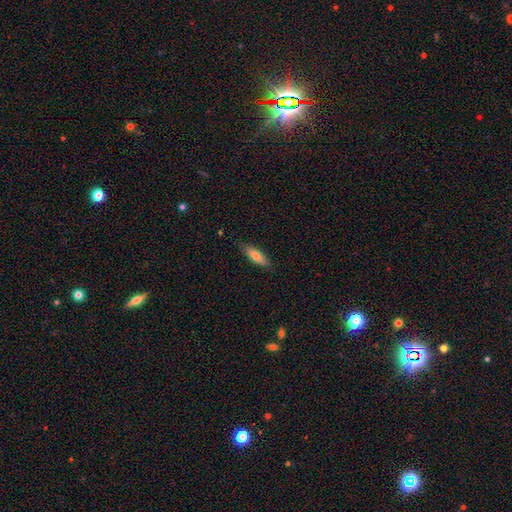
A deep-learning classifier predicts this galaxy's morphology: The model was most divided on "how rounded": in between: 52%, cigar-shaped: 46%, round: 2%. More confident: merging — none (83%); smooth or featured — smooth (74%).